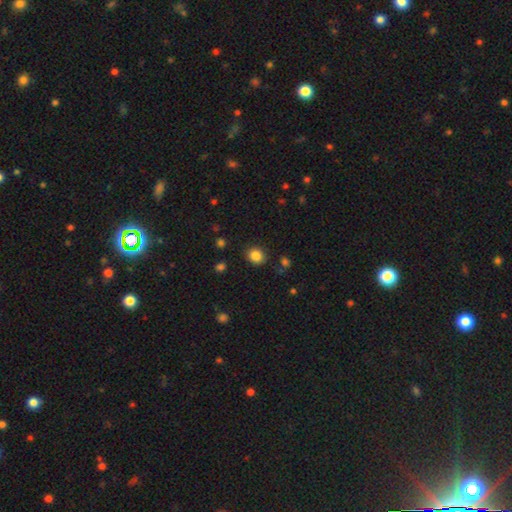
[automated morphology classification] A smooth galaxy with no disk features (84%) that is round (72%). Merging: none (87%).